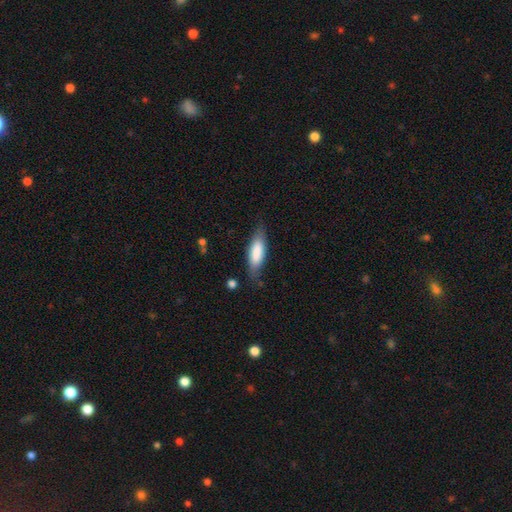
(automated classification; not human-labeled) This appears to be a smooth galaxy with no disk features (79%) that is in between round and cigar-shaped (55%). Merging: none (75%).